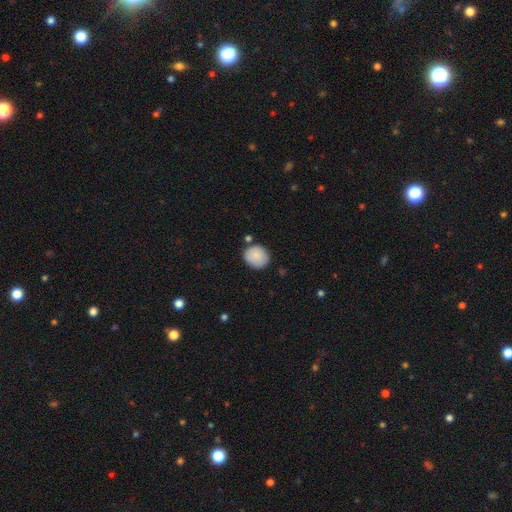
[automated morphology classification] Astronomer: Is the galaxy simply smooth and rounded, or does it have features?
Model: smooth — 86%.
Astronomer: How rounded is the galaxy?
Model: round — 81%.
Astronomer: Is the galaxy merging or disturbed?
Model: none — 78%.